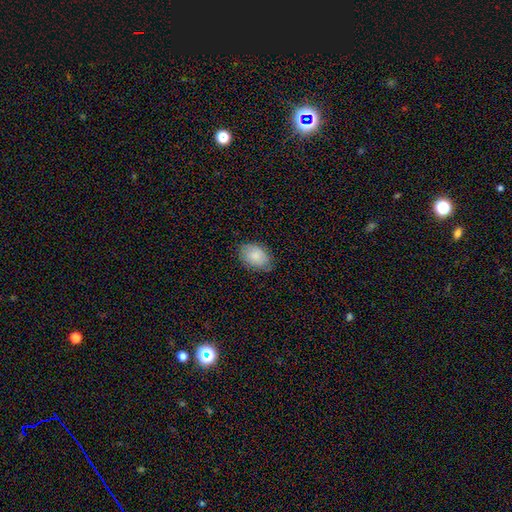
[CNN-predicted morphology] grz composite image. It shows a smooth galaxy with no disk features (84%) that is in between round and cigar-shaped (87%). Merging: none (80%).